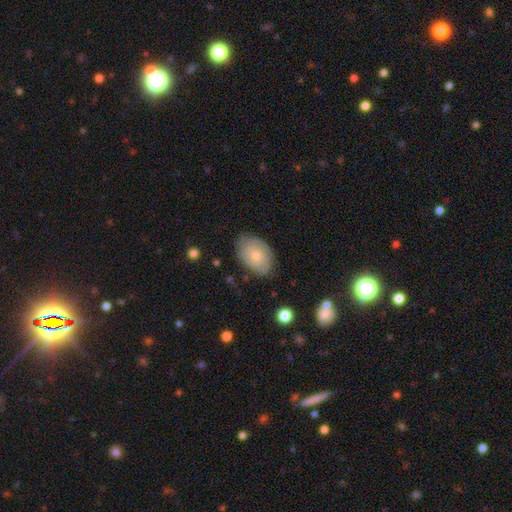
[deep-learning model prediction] Smooth or featured?
  - smooth: 54% *
  - featured or disk: 39%
  - star or artifact: 7%
How rounded?
  - in between: 84% *
  - round: 14%
  - cigar-shaped: 1%
Merging?
  - none: 69% *
  - minor disturbance: 23%
  - major disturbance: 6%
  - merger: 1%